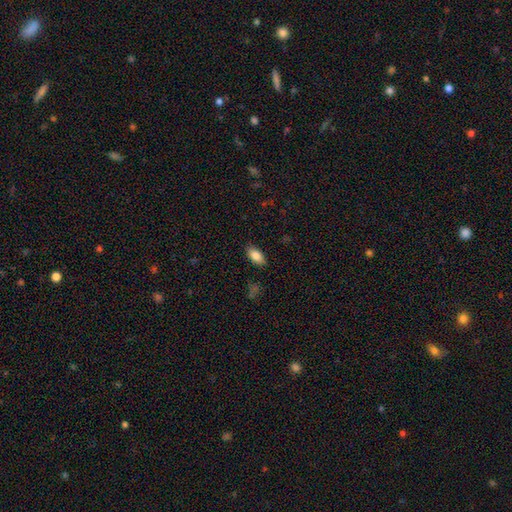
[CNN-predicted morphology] Q: Smooth or featured?
A: smooth (84%); runner-up: featured or disk (9%)
Q: How rounded?
A: in between (90%); runner-up: cigar-shaped (7%)
Q: Merging?
A: none (87%); runner-up: minor disturbance (10%)